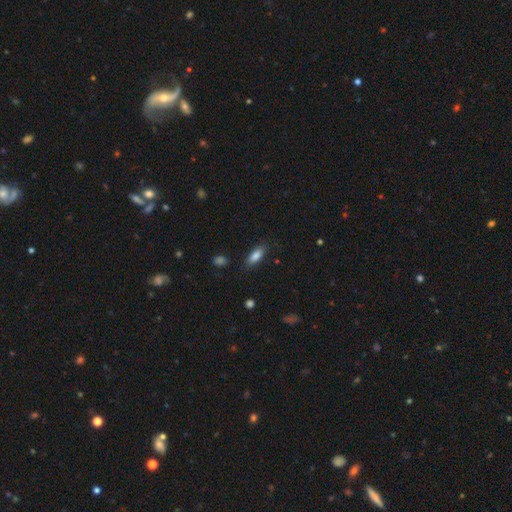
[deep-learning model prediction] Smooth or featured: smooth — 84% (featured or disk — 9%)
How rounded: in between — 72% (cigar-shaped — 26%)
Merging: none — 83% (minor disturbance — 12%)